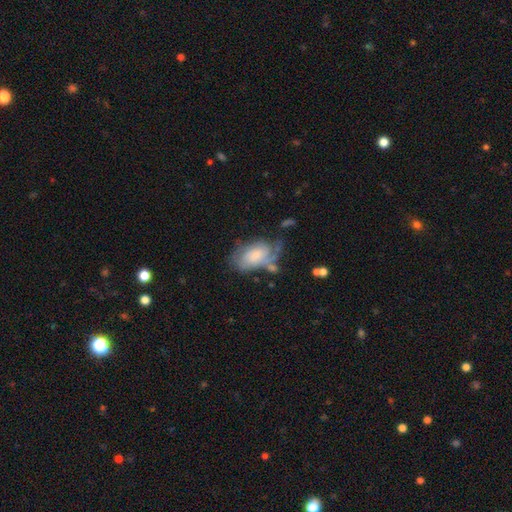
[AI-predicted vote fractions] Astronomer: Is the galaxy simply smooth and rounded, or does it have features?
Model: featured or disk — 52% (runner-up: smooth, 41%).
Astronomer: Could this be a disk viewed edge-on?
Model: no — 96%.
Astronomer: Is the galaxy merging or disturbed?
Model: none — 36% (runner-up: minor disturbance, 28%).